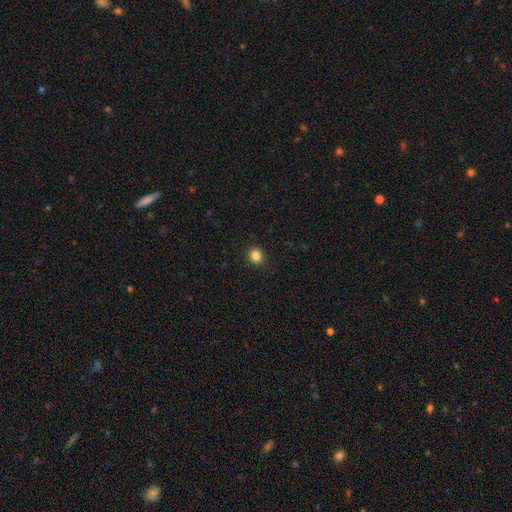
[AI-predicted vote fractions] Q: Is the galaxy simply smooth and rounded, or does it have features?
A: smooth — 84%.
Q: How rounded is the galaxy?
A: round — 78%.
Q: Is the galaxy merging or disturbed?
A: none — 91%.